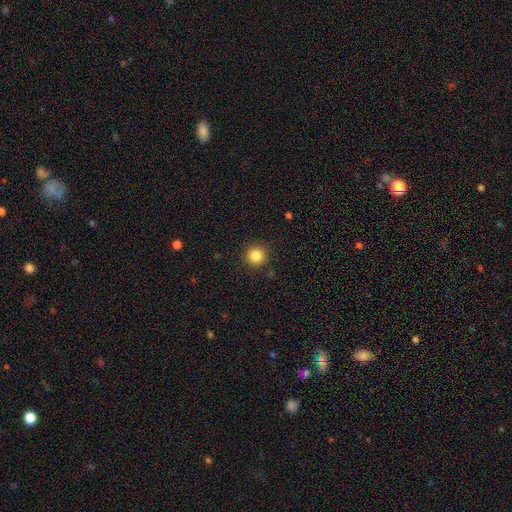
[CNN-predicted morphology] The model was most divided on "smooth or featured": smooth: 85%, star or artifact: 11%, featured or disk: 4%. More confident: how rounded — round (95%); merging — none (90%).